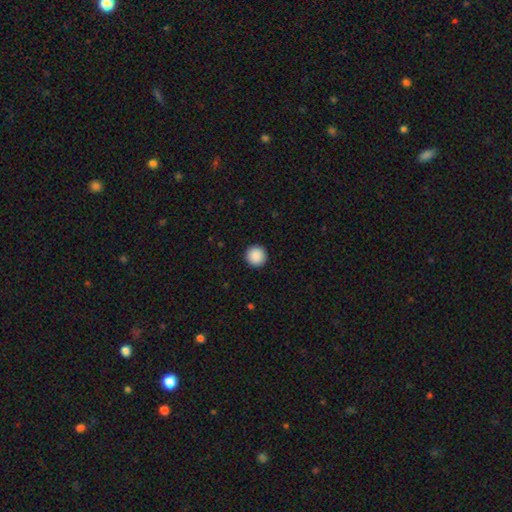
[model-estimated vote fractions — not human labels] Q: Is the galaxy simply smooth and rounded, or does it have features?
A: smooth — 89%.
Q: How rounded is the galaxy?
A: round — 96%.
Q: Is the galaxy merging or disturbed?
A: none — 93%.